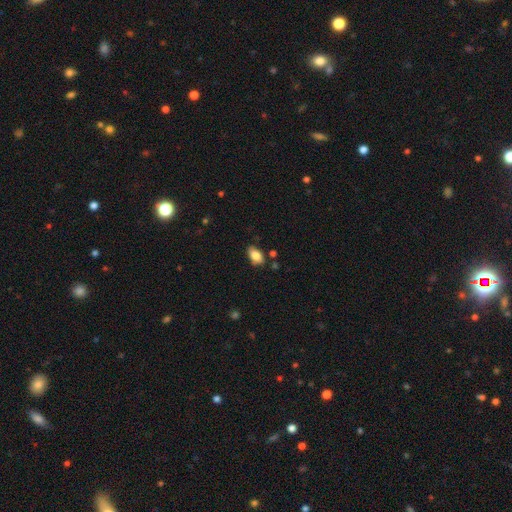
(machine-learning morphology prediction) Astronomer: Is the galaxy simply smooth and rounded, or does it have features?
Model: smooth — 83%.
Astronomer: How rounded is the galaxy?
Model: in between — 92%.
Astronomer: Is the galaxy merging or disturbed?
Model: none — 79%.